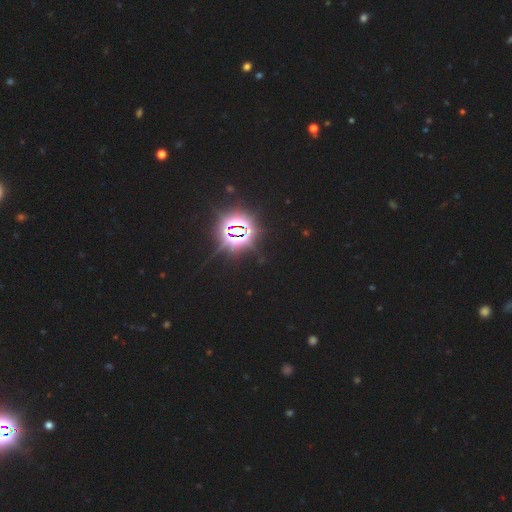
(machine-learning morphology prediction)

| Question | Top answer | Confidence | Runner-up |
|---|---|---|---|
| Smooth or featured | star or artifact | 84% | smooth (11%) |